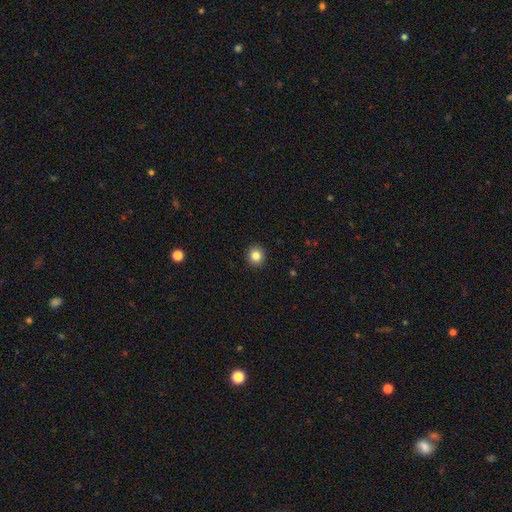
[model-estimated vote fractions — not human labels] The model was most divided on "smooth or featured": smooth: 85%, star or artifact: 10%, featured or disk: 5%. More confident: merging — none (93%); how rounded — round (90%).